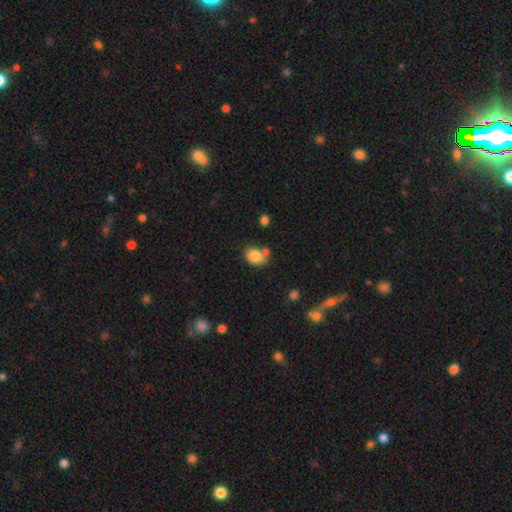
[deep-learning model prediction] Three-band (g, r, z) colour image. It shows a smooth galaxy with no disk features (82%) that is in between round and cigar-shaped (65%). Merging: none (52%).